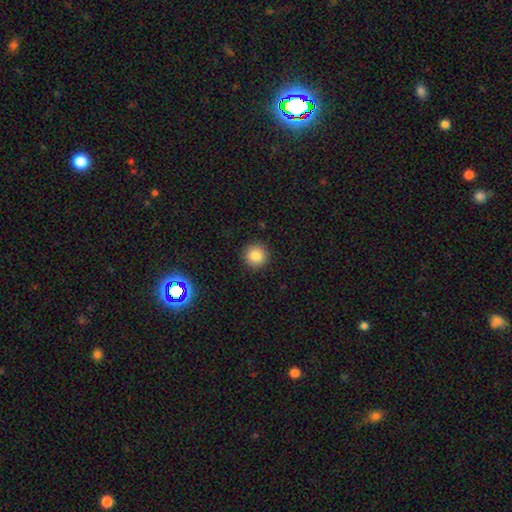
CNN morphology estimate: smooth_or_featured: smooth (p=0.84) [alt: star or artifact p=0.11]
how_rounded: round (p=0.94) [alt: in between p=0.05]
merging: none (p=0.91) [alt: minor disturbance p=0.06]